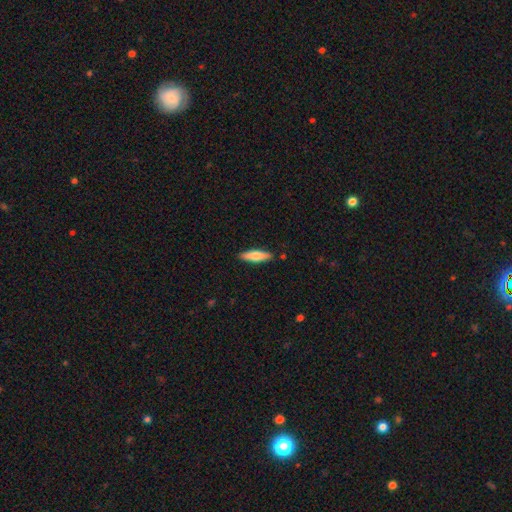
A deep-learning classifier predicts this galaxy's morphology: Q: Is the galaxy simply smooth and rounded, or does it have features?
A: smooth — 73%.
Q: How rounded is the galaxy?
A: cigar-shaped — 63%.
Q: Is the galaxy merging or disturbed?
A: none — 88%.